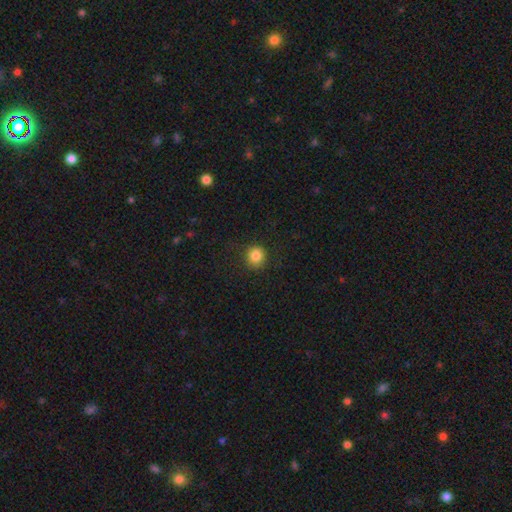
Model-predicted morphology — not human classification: Smooth or featured: smooth — 85% (star or artifact — 11%)
How rounded: round — 91% (in between — 9%)
Merging: none — 87% (minor disturbance — 9%)